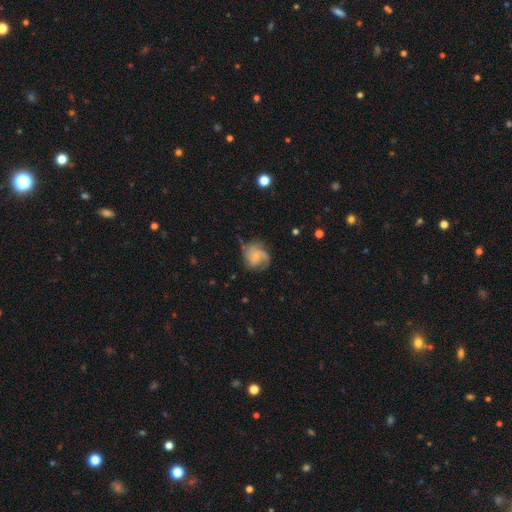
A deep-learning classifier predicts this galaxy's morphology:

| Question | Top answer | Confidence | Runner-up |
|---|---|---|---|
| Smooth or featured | featured or disk | 63% | smooth (29%) |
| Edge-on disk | no | 98% | yes (2%) |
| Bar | no | 63% | weak (32%) |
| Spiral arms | yes | 89% | no (11%) |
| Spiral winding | medium | 44% | tight (31%) |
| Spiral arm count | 2 | 43% | can't tell (22%) |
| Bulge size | small | 59% | moderate (23%) |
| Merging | none | 54% | minor disturbance (27%) |